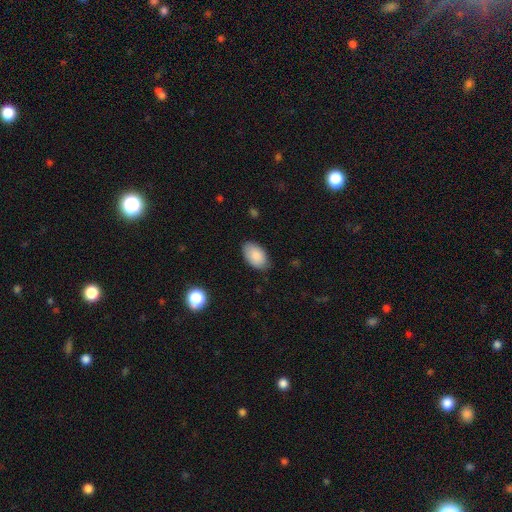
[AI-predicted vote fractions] Morphology: type=smooth (87%); roundness=in between (94%); merging=none (81%).